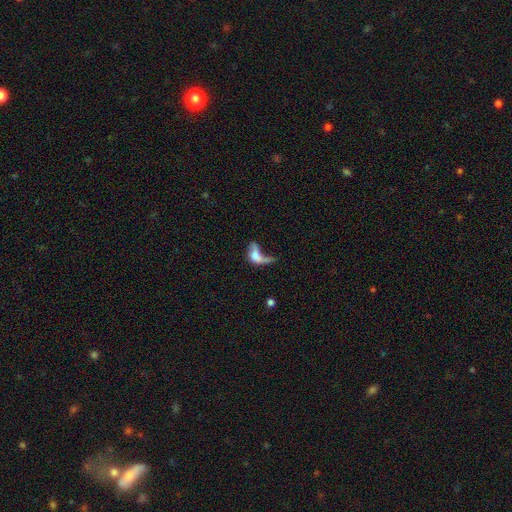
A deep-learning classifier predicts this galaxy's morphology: Overall: smooth (50%; featured or disk 39%). How rounded: in between (76%). Merging: major disturbance (45%; merger 28%).